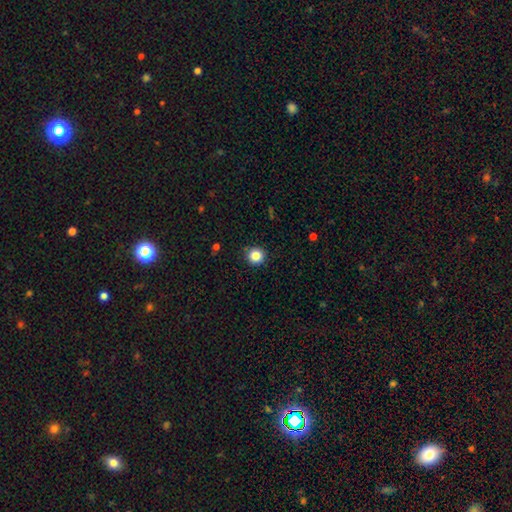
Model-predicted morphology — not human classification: A smooth galaxy with no disk features (84%) that is round (95%).

Vote fractions:
- Smooth or featured? smooth: 84% / star or artifact: 11% / featured or disk: 5%
- How rounded? round: 95% / in between: 4% / cigar-shaped: 1%
- Merging? none: 91% / minor disturbance: 6% / major disturbance: 2% / merger: 1%